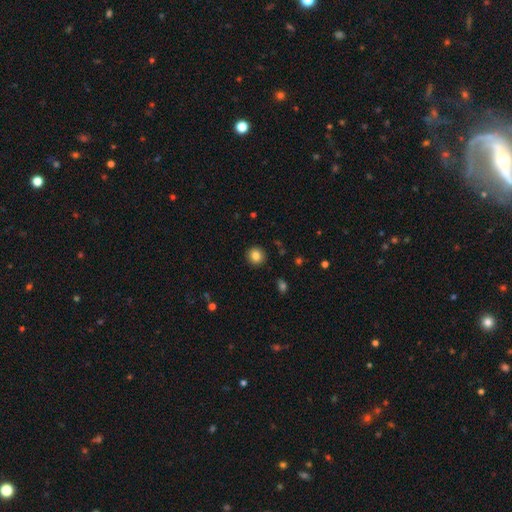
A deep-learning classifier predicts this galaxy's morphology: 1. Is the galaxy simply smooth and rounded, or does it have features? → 85% smooth, 10% star or artifact, 5% featured or disk.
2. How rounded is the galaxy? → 93% round, 6% in between, 1% cigar-shaped.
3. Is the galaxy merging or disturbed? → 92% none, 5% minor disturbance, 2% major disturbance, 1% merger.